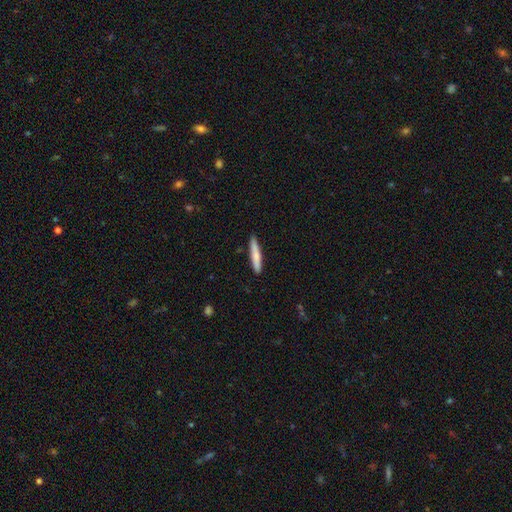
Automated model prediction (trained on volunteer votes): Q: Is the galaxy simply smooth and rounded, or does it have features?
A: smooth — 76%.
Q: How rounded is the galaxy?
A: cigar-shaped — 92%.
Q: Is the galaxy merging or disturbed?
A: none — 87%.